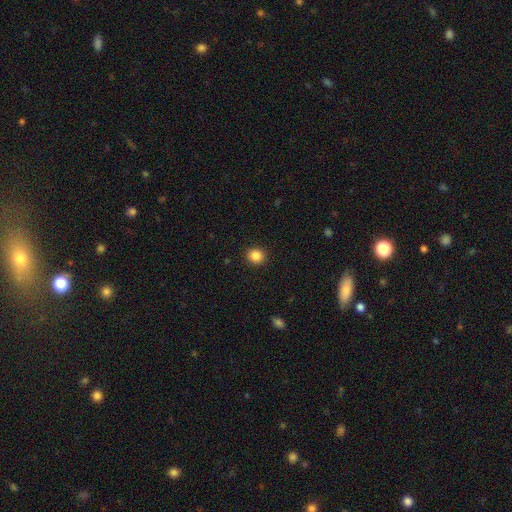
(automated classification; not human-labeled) The model was most divided on "how rounded": round: 85%, in between: 14%, cigar-shaped: 1%. More confident: merging — none (92%); smooth or featured — smooth (86%).